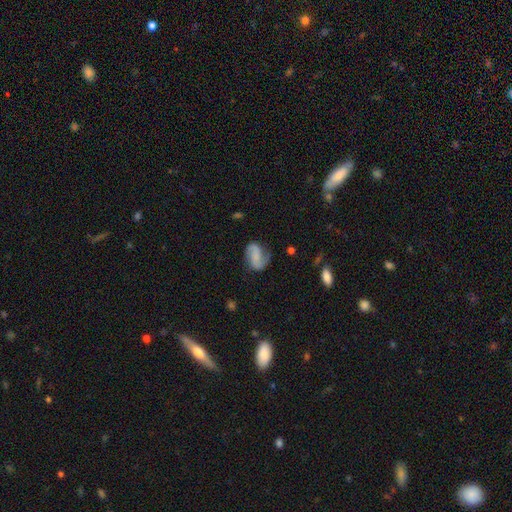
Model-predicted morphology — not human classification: smooth-or-featured: featured or disk: 67% | smooth: 26% | star or artifact: 7%
  disk-edge-on: no: 98% | yes: 2%
    bar: no: 48% | weak: 36% | strong: 17%
    has-spiral-arms: yes: 94% | no: 6%
      spiral-winding: loose: 49% | medium: 37% | tight: 15%
      spiral-arm-count: 2: 84% | 1: 9% | can't tell: 4% | 3: 1% | 4: 1% | more than 4: 1%
    bulge-size: none: 60% | small: 22% | moderate: 11% | large: 5% | dominant: 2%
  merging: none: 65% | minor disturbance: 21% | major disturbance: 12% | merger: 2%